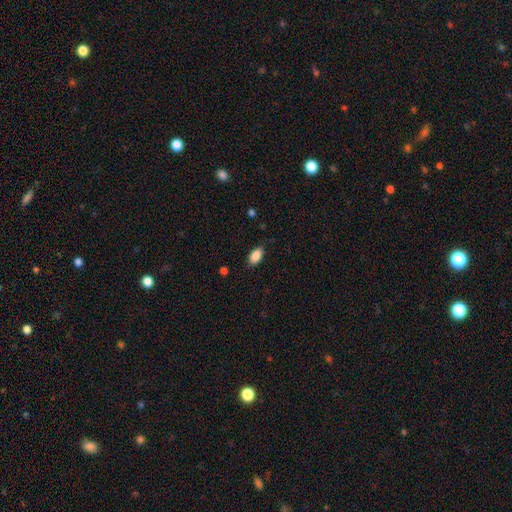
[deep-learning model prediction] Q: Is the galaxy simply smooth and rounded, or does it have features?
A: smooth — 88%.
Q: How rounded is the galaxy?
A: in between — 92%.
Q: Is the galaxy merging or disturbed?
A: none — 82%.